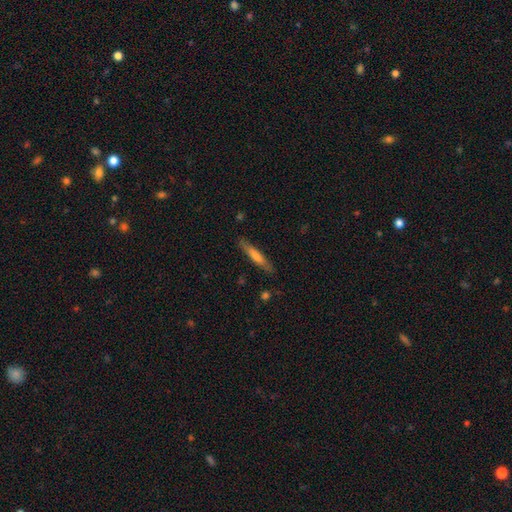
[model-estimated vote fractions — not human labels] Overall: smooth (58%; featured or disk 36%). How rounded: cigar-shaped (92%). Merging: none (86%).